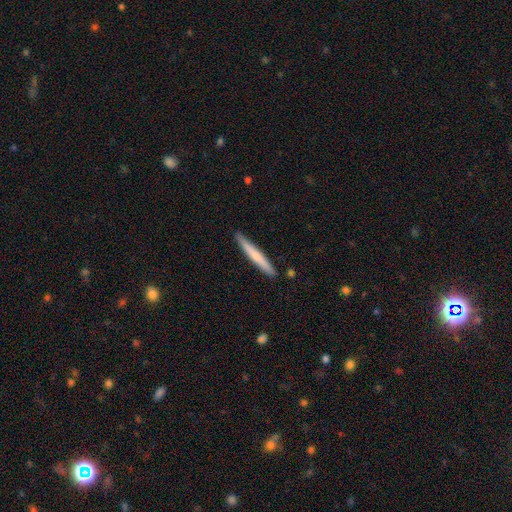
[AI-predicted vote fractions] smooth 63%, featured or disk 32%, star or artifact 5%. Down the decision tree: how rounded — cigar-shaped (96%); merging — none (90%).